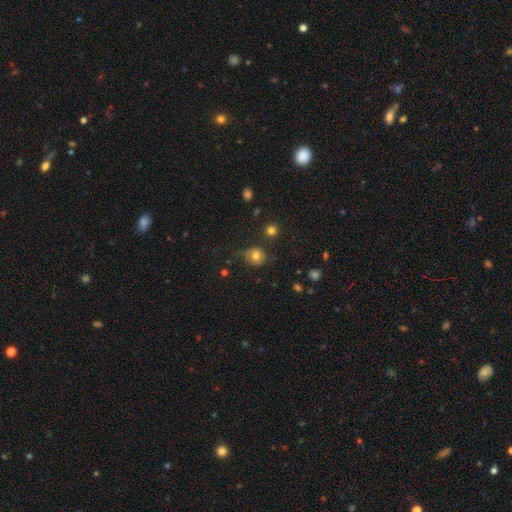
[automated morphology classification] smooth 75%, featured or disk 13%, star or artifact 12%. Down the decision tree: how rounded — round (82%); merging — none (69%).